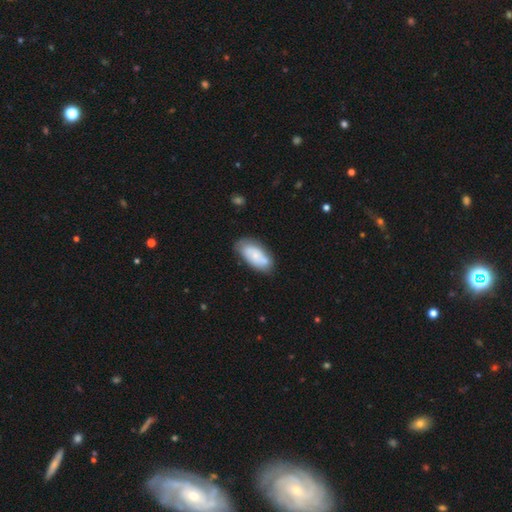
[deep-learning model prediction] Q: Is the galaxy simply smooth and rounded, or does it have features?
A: smooth — 62%.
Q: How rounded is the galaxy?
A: in between — 91%.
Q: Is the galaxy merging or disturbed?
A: none — 63%.